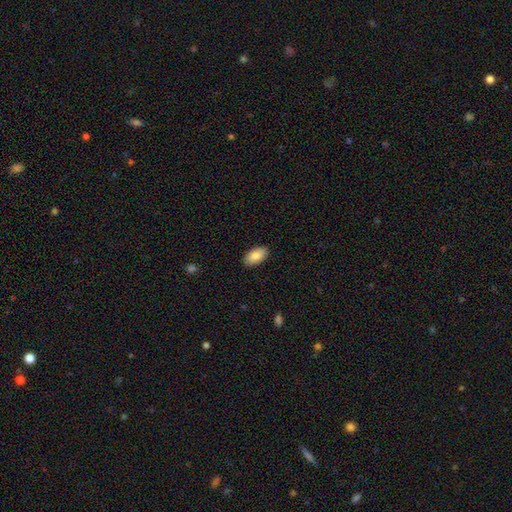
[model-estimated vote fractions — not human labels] Smooth or featured?
  - smooth: 87% *
  - featured or disk: 7%
  - star or artifact: 6%
How rounded?
  - in between: 95% *
  - round: 3%
  - cigar-shaped: 2%
Merging?
  - none: 89% *
  - minor disturbance: 8%
  - major disturbance: 2%
  - merger: 1%